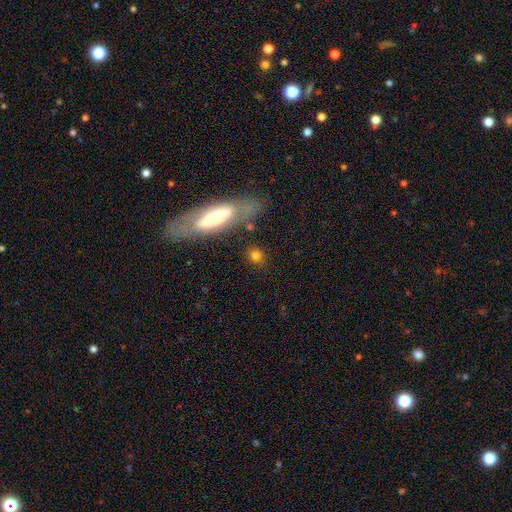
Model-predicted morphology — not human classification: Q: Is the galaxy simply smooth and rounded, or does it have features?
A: smooth — 76%.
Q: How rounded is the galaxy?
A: round — 71%.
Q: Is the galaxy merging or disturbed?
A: none — 77%.